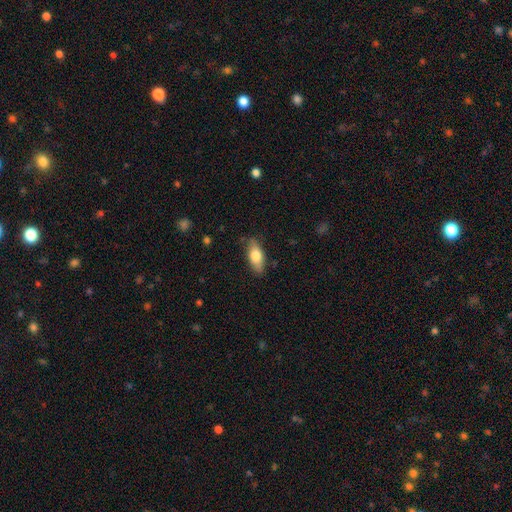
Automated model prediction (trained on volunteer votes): Morphology: type=smooth (73%); roundness=in between (78%); merging=none (82%).